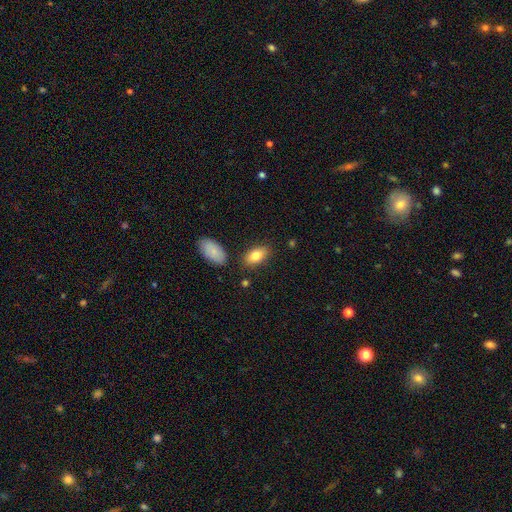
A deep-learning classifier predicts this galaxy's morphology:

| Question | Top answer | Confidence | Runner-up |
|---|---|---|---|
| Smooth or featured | smooth | 81% | featured or disk (12%) |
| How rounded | in between | 91% | cigar-shaped (4%) |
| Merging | none | 81% | minor disturbance (11%) |